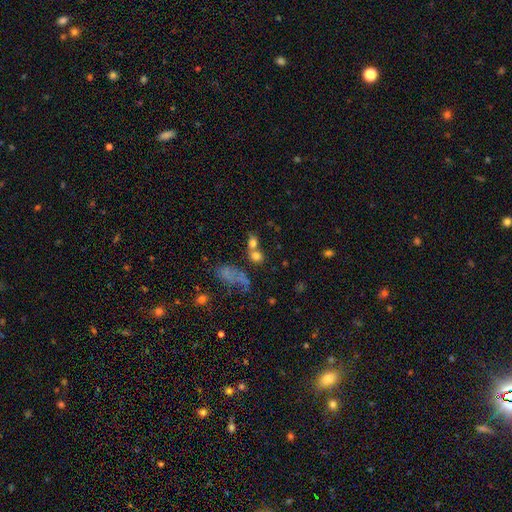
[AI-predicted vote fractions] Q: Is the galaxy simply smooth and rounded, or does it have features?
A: smooth — 71%.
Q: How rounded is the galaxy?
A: round — 62%.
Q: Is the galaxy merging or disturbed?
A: merger — 43%.